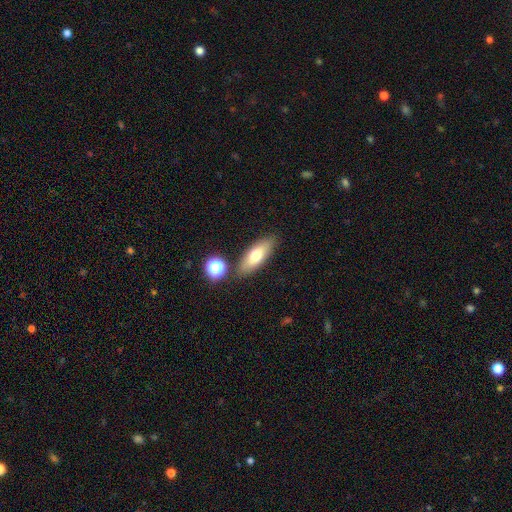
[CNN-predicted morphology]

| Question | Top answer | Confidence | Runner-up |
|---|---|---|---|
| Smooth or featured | smooth | 70% | featured or disk (21%) |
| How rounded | in between | 64% | cigar-shaped (32%) |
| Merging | none | 80% | minor disturbance (11%) |